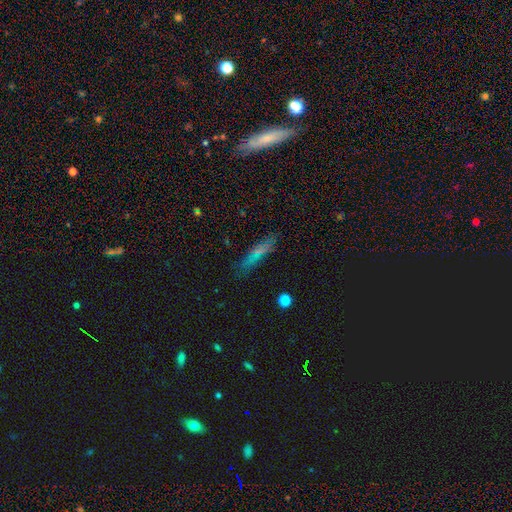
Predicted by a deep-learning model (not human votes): smooth_or_featured: smooth (p=0.59) [alt: featured or disk p=0.29]
how_rounded: cigar-shaped (p=0.81) [alt: in between p=0.16]
merging: none (p=0.79) [alt: minor disturbance p=0.15]